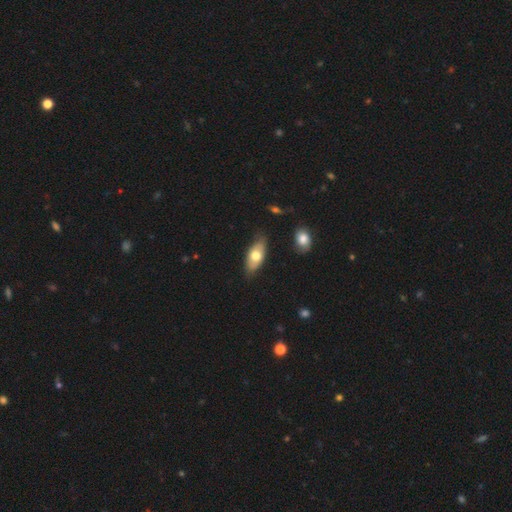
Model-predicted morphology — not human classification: This appears to be a smooth galaxy with no disk features (66%) that is in between round and cigar-shaped (88%). Merging: none (79%).